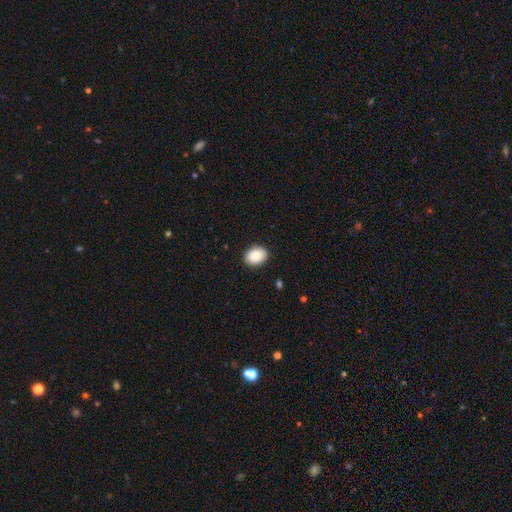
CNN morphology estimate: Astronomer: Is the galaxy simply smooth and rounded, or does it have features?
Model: smooth — 88%.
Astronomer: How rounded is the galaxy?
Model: in between — 72%.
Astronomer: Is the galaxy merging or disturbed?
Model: none — 90%.